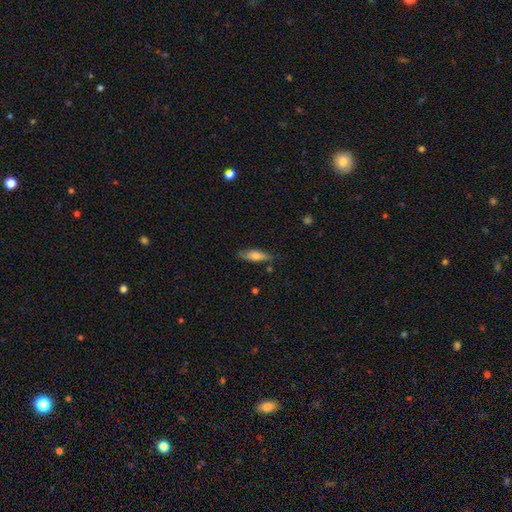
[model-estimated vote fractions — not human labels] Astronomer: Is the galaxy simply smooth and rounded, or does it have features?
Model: smooth — 63%.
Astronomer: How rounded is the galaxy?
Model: cigar-shaped — 51% (runner-up: in between, 47%).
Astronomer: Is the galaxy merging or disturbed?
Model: none — 77%.